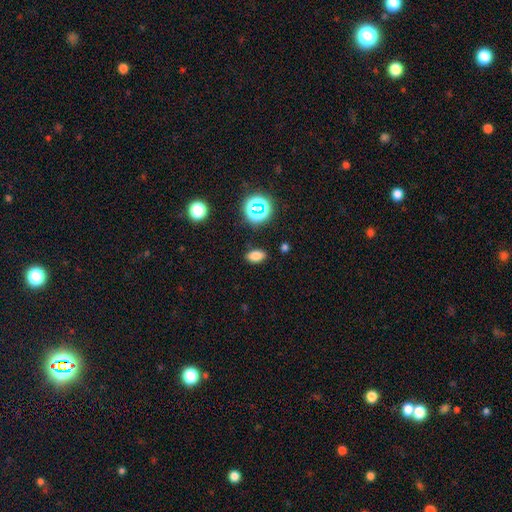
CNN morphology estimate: type=smooth (75%); roundness=in between (87%); merging=none (86%).